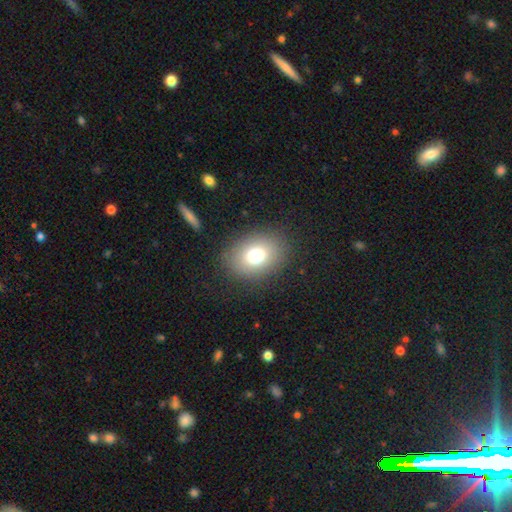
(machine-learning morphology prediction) smooth_or_featured: smooth (p=0.76) [alt: featured or disk p=0.13]
how_rounded: in between (p=0.63) [alt: round p=0.36]
merging: none (p=0.85) [alt: minor disturbance p=0.09]